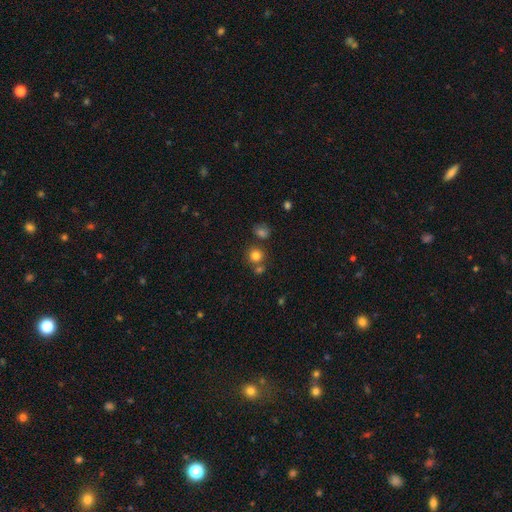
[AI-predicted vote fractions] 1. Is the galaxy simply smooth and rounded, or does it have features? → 79% smooth, 14% star or artifact, 7% featured or disk.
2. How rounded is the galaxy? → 88% round, 11% in between, 1% cigar-shaped.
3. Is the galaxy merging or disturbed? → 68% none, 20% merger, 9% minor disturbance, 3% major disturbance.